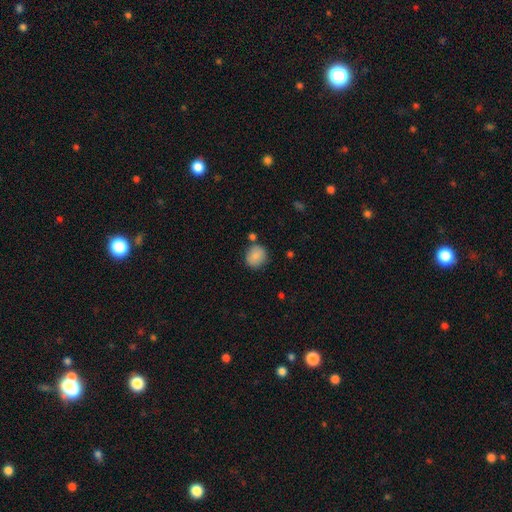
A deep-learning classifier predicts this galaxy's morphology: A smooth galaxy with no disk features (86%) that is round (73%). Merging: none (75%).